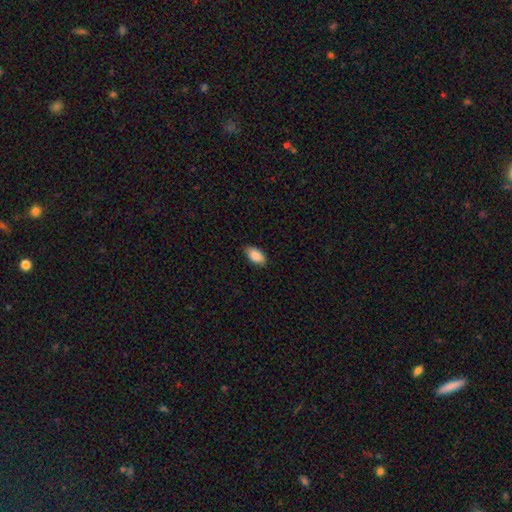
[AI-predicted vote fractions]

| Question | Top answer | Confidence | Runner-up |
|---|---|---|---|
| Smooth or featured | smooth | 88% | star or artifact (7%) |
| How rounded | in between | 93% | round (4%) |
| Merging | none | 84% | minor disturbance (12%) |